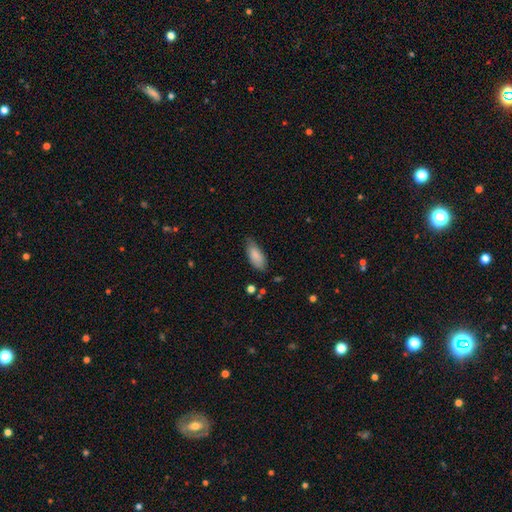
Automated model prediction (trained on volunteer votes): Smooth or featured? Predicted: smooth (p=0.85). How rounded? Predicted: in between (p=0.84). Merging? Predicted: none (p=0.71).